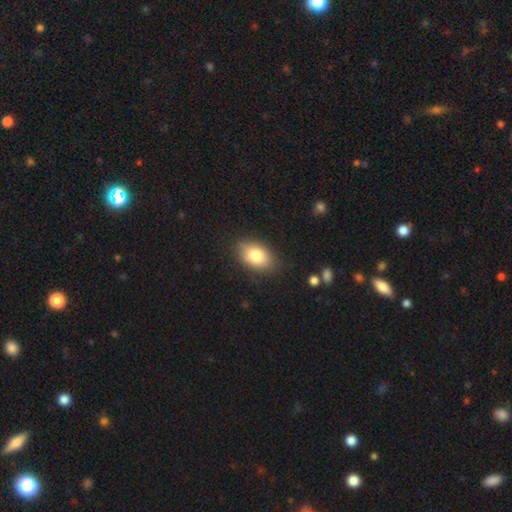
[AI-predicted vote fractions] Overall: smooth (81%). How rounded: in between (88%). Merging: none (83%).